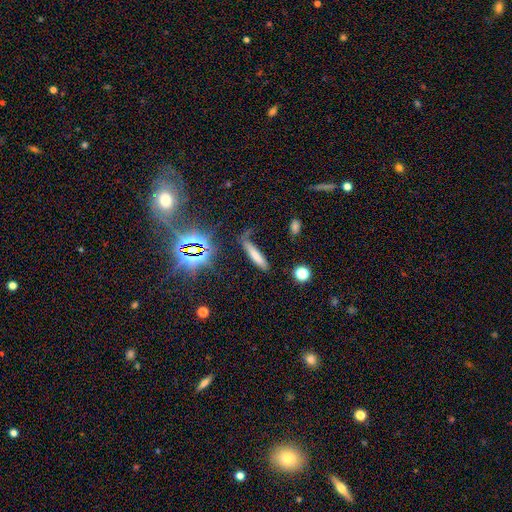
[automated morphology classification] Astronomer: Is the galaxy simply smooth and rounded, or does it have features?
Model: smooth — 69%.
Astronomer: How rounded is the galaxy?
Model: cigar-shaped — 82%.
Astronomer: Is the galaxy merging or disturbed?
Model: none — 58%.